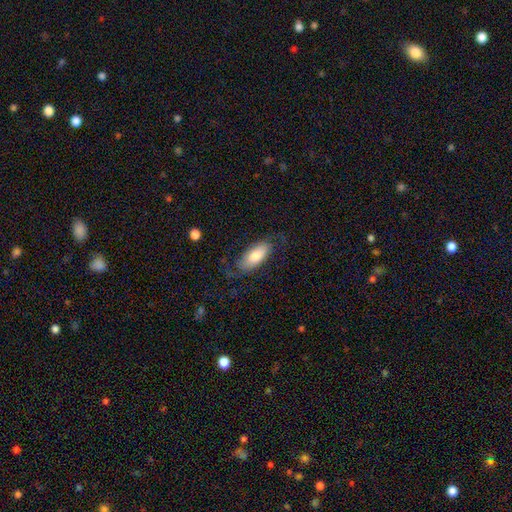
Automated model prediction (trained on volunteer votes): Morphology: type=smooth (61%); roundness=in between (85%); merging=none (64%).